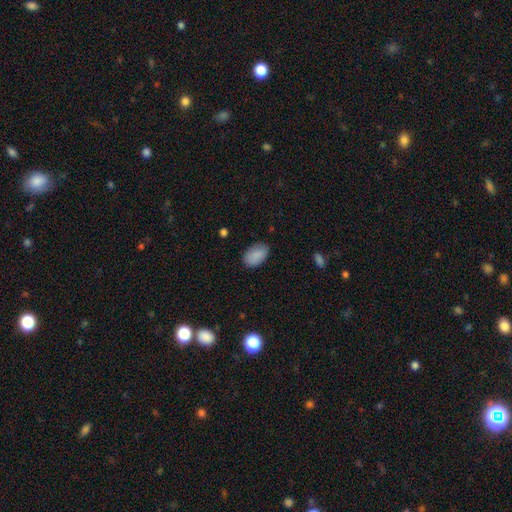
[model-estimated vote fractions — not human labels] smooth_or_featured: smooth (p=0.89) [alt: star or artifact p=0.07]
how_rounded: in between (p=0.92) [alt: round p=0.07]
merging: none (p=0.81) [alt: minor disturbance p=0.15]